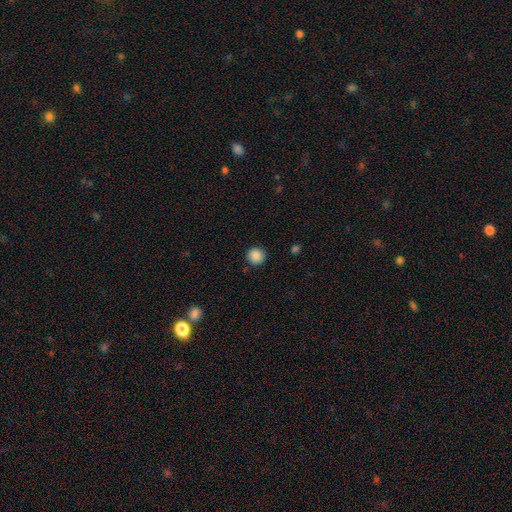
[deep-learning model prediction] smooth_or_featured: smooth (p=0.88) [alt: star or artifact p=0.09]
how_rounded: round (p=0.94) [alt: in between p=0.05]
merging: none (p=0.90) [alt: minor disturbance p=0.07]